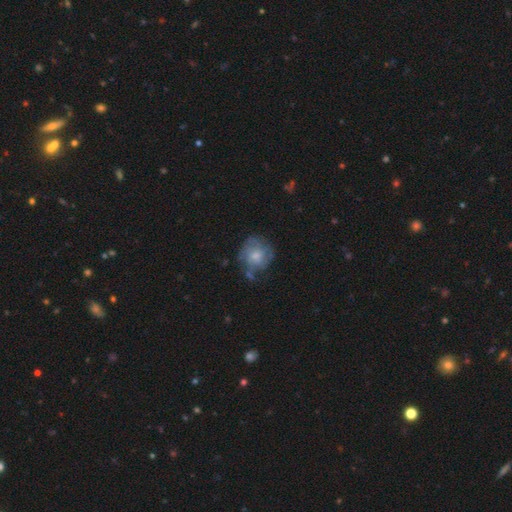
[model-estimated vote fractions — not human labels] The model was most divided on "smooth or featured": featured or disk: 47%, smooth: 46%, star or artifact: 8%. More confident: merging — none (53%).